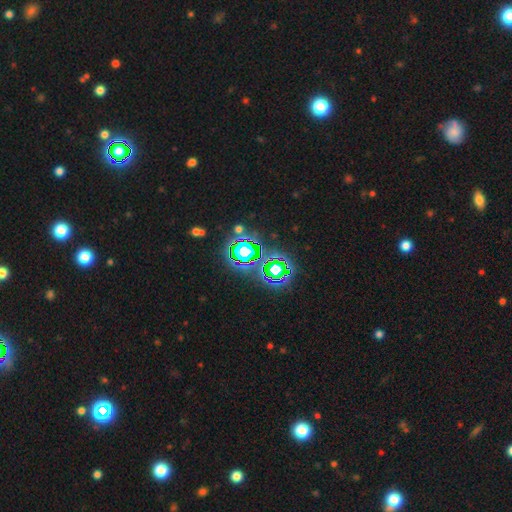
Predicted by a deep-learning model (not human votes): smooth-or-featured: star or artifact: 80% | smooth: 13% | featured or disk: 7%